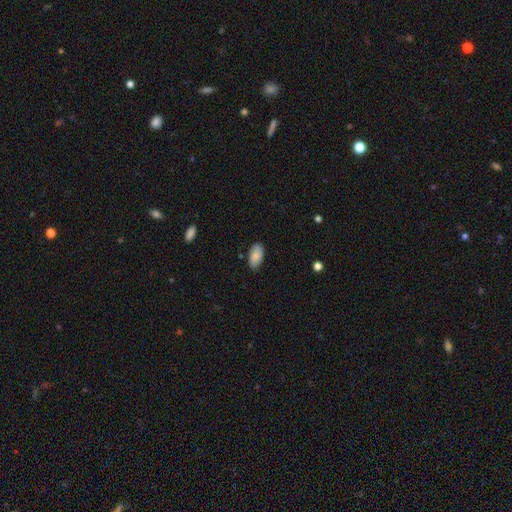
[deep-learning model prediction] Smooth or featured?
  - smooth: 86% *
  - featured or disk: 7%
  - star or artifact: 7%
How rounded?
  - in between: 95% *
  - cigar-shaped: 3%
  - round: 3%
Merging?
  - none: 84% *
  - minor disturbance: 12%
  - major disturbance: 2%
  - merger: 1%